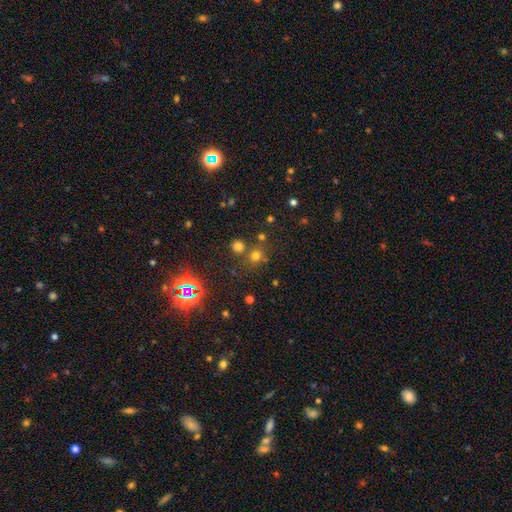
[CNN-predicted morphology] A smooth galaxy with no disk features (62%) that is round (89%). Merging: none (72%).